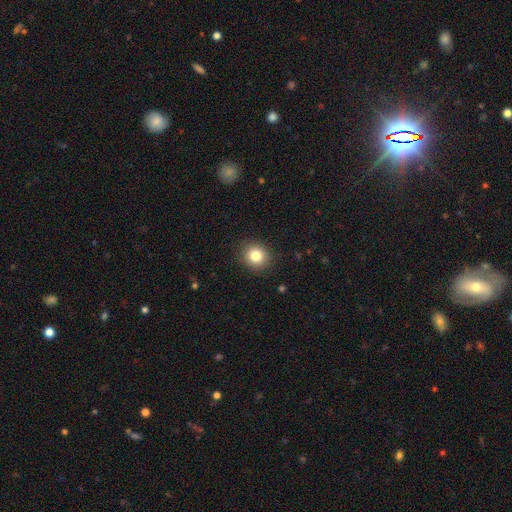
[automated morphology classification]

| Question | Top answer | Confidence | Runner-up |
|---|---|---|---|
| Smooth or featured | smooth | 82% | star or artifact (11%) |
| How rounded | round | 84% | in between (15%) |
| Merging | none | 90% | minor disturbance (7%) |